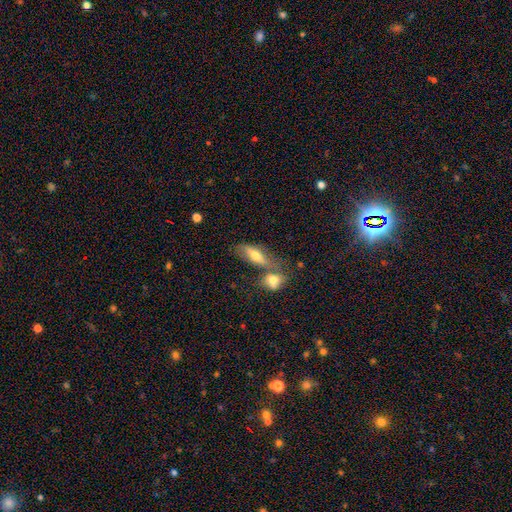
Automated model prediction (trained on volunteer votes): Smooth or featured?
  - smooth: 64% *
  - featured or disk: 28%
  - star or artifact: 8%
How rounded?
  - in between: 69% *
  - cigar-shaped: 27%
  - round: 4%
Merging?
  - merger: 43% *
  - none: 39%
  - minor disturbance: 12%
  - major disturbance: 6%